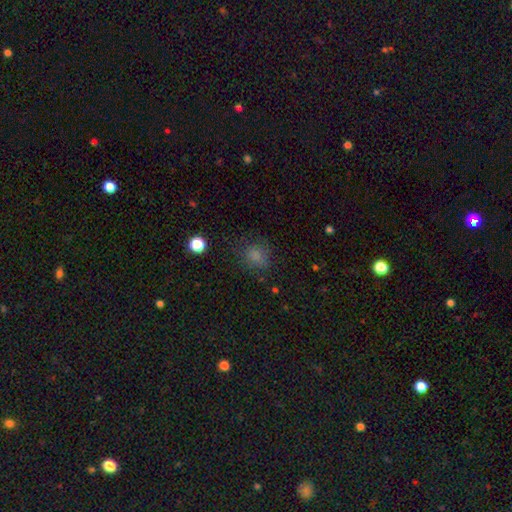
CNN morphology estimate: Q: Smooth or featured?
A: smooth (78%); runner-up: star or artifact (15%)
Q: How rounded?
A: round (68%); runner-up: in between (31%)
Q: Merging?
A: none (73%); runner-up: minor disturbance (17%)